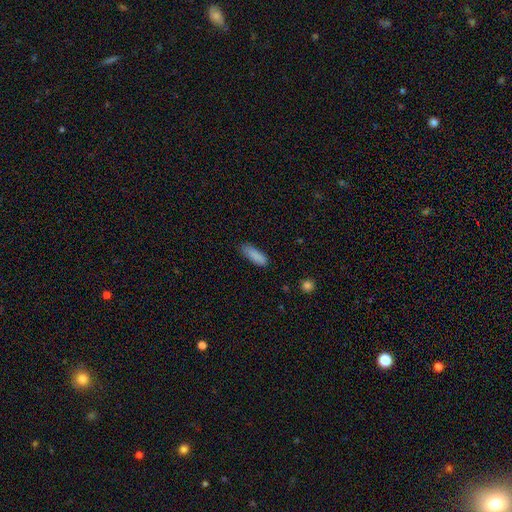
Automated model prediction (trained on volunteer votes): This appears to be a smooth galaxy with no disk features (88%) that is in between round and cigar-shaped (51%). Merging: none (80%).